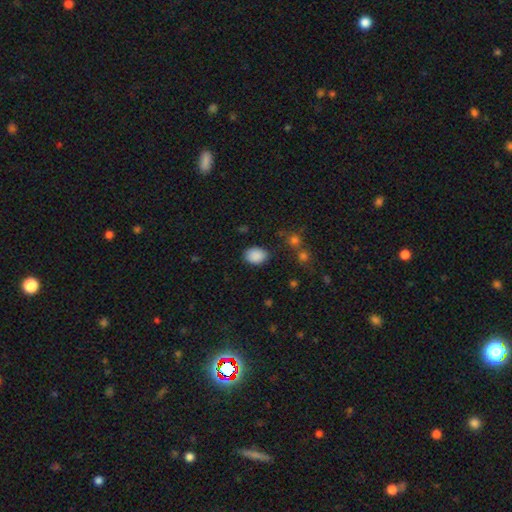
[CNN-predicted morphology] Smooth or featured?
  - smooth: 89% *
  - star or artifact: 8%
  - featured or disk: 3%
How rounded?
  - in between: 70% *
  - round: 29%
  - cigar-shaped: 1%
Merging?
  - none: 84% *
  - minor disturbance: 12%
  - major disturbance: 3%
  - merger: 2%